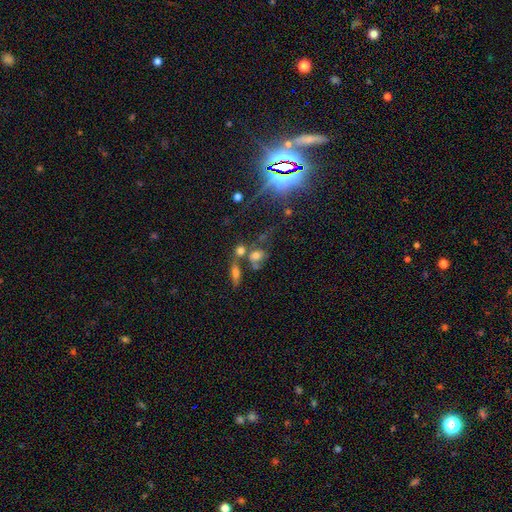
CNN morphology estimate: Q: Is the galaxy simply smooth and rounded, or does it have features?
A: smooth — 57%.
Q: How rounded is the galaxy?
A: in between — 53%.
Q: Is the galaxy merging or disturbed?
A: none — 42%.